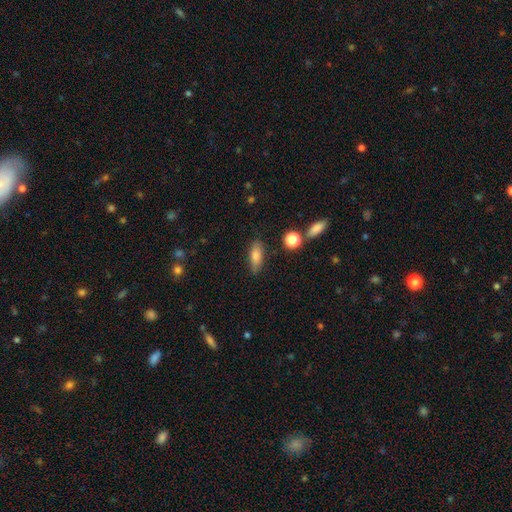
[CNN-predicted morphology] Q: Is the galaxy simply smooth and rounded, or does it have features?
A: smooth — 76%.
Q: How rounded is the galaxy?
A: in between — 62%.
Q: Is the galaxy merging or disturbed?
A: none — 81%.